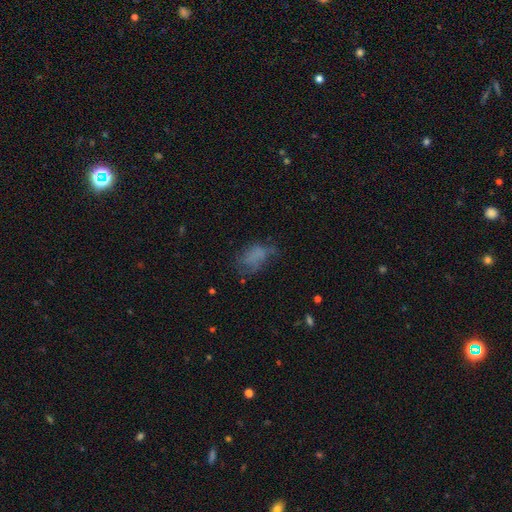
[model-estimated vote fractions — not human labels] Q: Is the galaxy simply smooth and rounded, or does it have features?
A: smooth — 58%.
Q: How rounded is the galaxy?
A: in between — 84%.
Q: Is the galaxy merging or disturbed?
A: none — 40%.